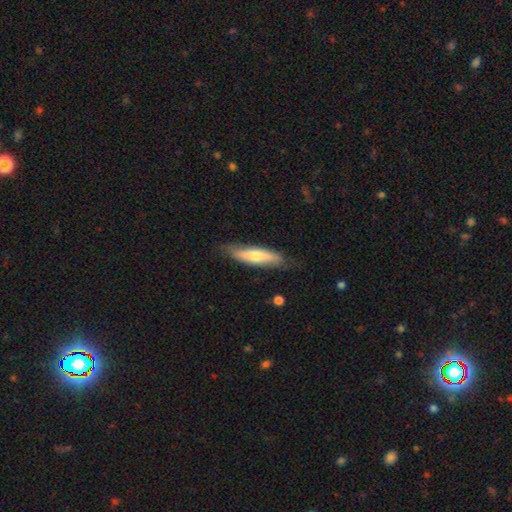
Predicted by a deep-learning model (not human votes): smooth_or_featured: smooth (p=0.55) [alt: featured or disk p=0.39]
how_rounded: cigar-shaped (p=0.70) [alt: in between p=0.28]
merging: none (p=0.76) [alt: minor disturbance p=0.19]